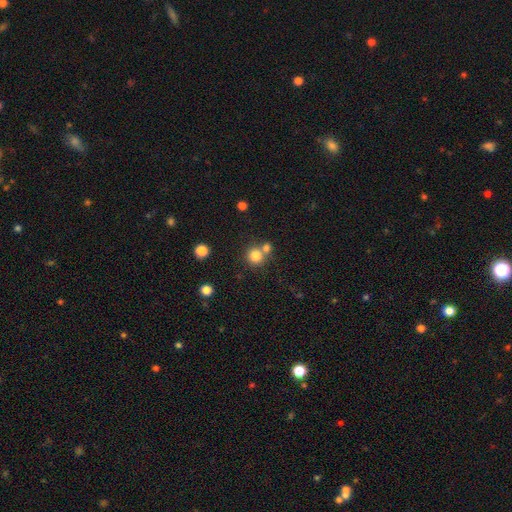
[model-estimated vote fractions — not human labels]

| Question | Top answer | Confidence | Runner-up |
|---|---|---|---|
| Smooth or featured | smooth | 81% | star or artifact (12%) |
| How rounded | round | 92% | in between (7%) |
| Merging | none | 60% | merger (31%) |